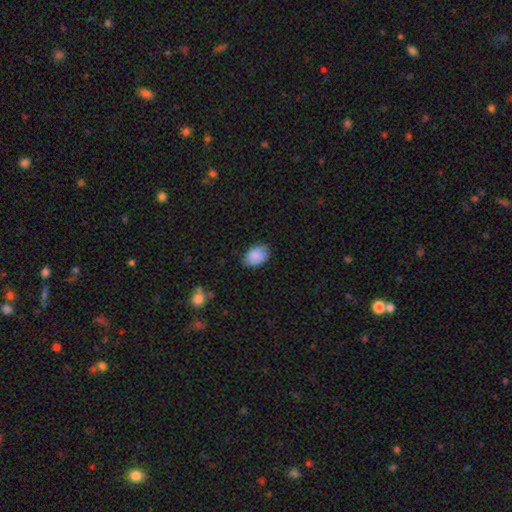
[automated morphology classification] Smooth or featured?
  - smooth: 87% *
  - star or artifact: 7%
  - featured or disk: 6%
How rounded?
  - in between: 83% *
  - round: 16%
  - cigar-shaped: 1%
Merging?
  - none: 78% *
  - minor disturbance: 18%
  - major disturbance: 3%
  - merger: 1%